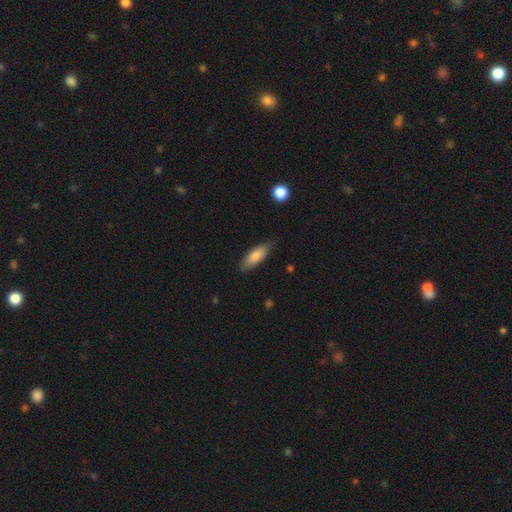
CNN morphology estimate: Smooth or featured? smooth (83%)
How rounded? in between (64%)
Merging? none (82%)